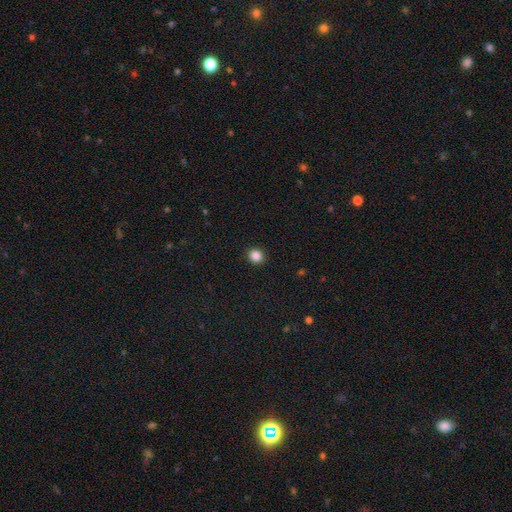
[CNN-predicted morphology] This is clearly a smooth galaxy (86%). How rounded: clearly round (86%). Merging: clearly none (92%).